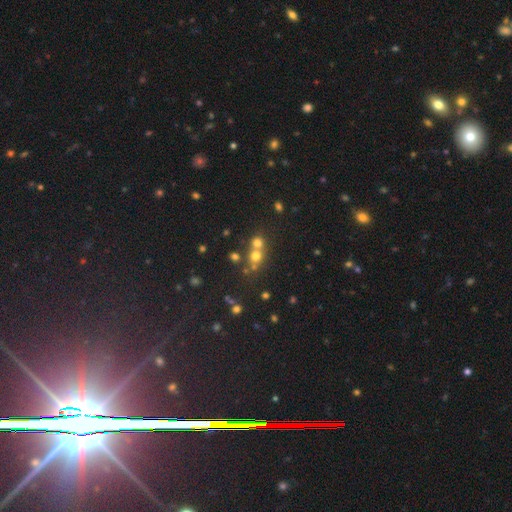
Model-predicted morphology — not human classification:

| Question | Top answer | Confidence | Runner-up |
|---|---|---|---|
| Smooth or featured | smooth | 63% | star or artifact (23%) |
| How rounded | round | 83% | in between (16%) |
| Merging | merger | 50% | none (41%) |